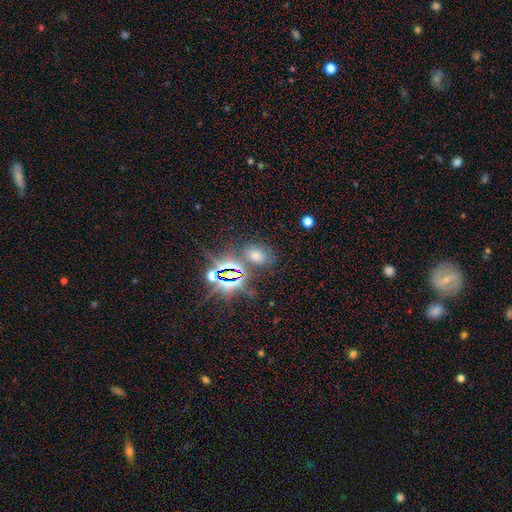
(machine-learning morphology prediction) This is possibly a star or artifact rather than a galaxy (51%).